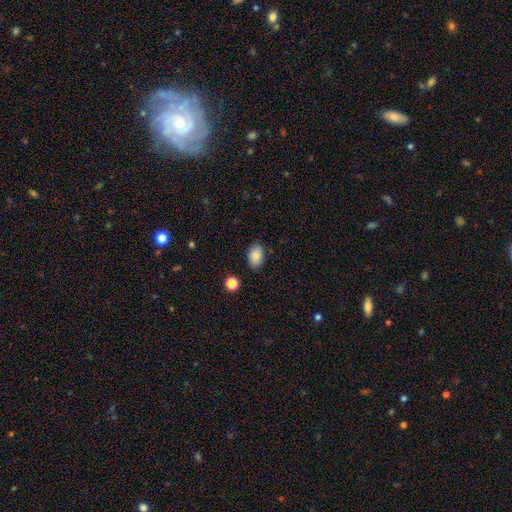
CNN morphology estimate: smooth 87%, star or artifact 8%, featured or disk 5%. Down the decision tree: how rounded — in between (87%); merging — none (85%).